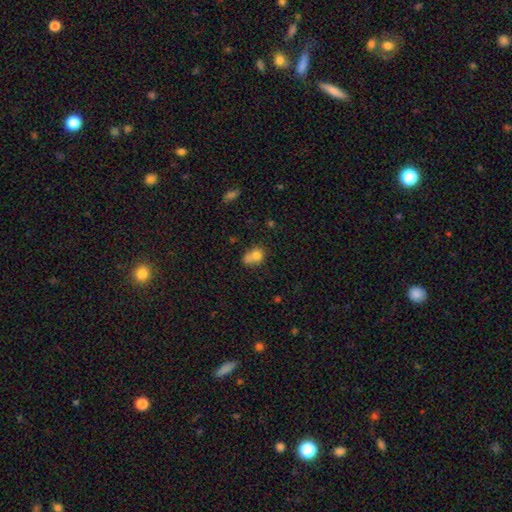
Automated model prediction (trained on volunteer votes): This appears to be a smooth galaxy with no disk features (75%) that is in between round and cigar-shaped (53%). Merging: none (34%).